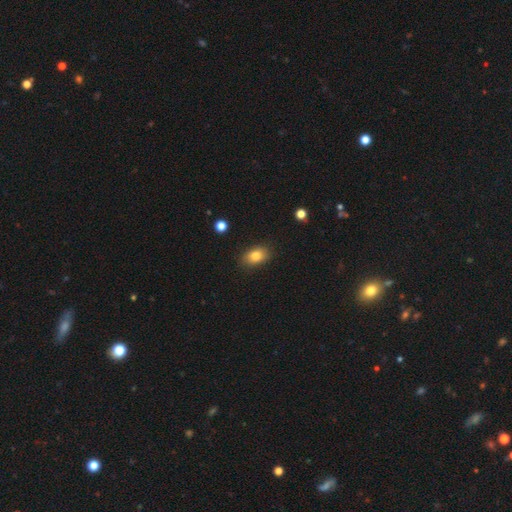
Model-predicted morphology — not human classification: smooth_or_featured: smooth (p=0.82) [alt: star or artifact p=0.09]
how_rounded: in between (p=0.81) [alt: round p=0.17]
merging: none (p=0.84) [alt: minor disturbance p=0.12]